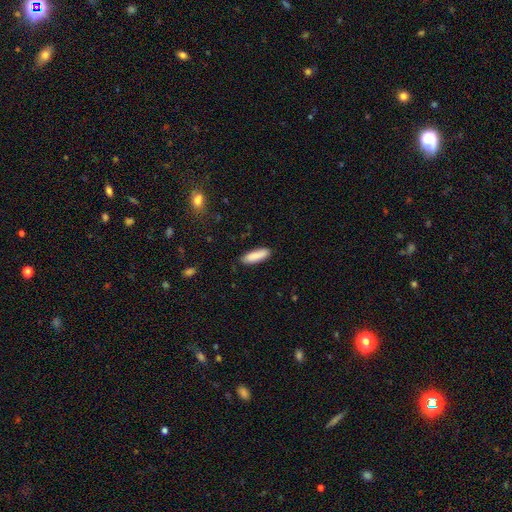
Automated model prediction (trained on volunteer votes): Smooth or featured: smooth — 88% (featured or disk — 6%)
How rounded: in between — 52% (cigar-shaped — 47%)
Merging: none — 87% (minor disturbance — 10%)